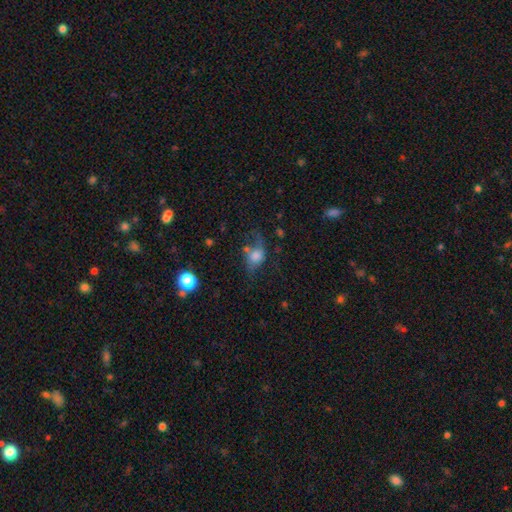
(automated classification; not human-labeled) Overall: smooth (55%; featured or disk 31%). How rounded: in between (64%; round 33%). Merging: none (37%; major disturbance 30%).